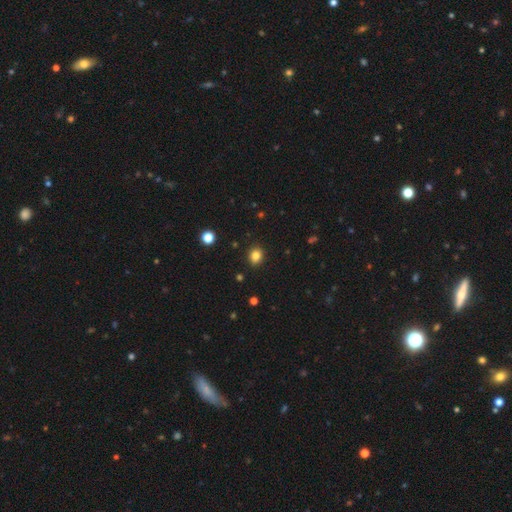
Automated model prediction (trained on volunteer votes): The model was most divided on "how rounded": round: 64%, in between: 36%, cigar-shaped: 1%. More confident: merging — none (90%); smooth or featured — smooth (83%).